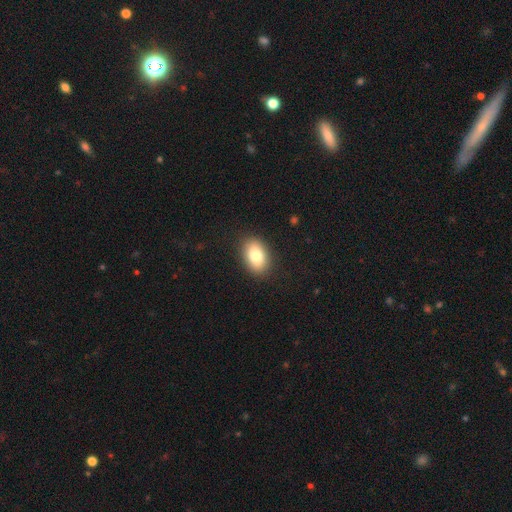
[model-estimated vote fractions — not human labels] A smooth galaxy with no disk features (82%) that is in between round and cigar-shaped (87%). Merging: none (88%).